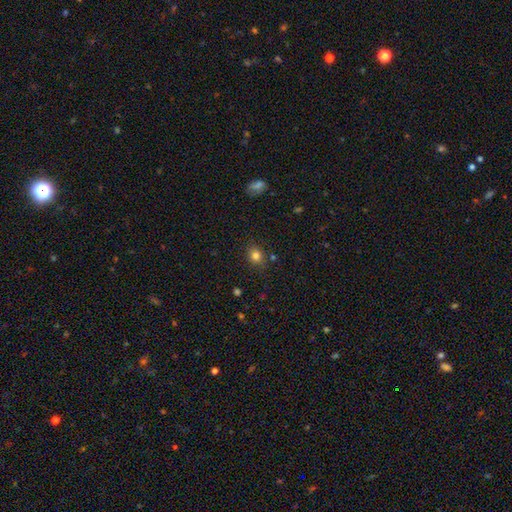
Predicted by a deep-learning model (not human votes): Smooth or featured? Predicted: smooth (p=0.80). How rounded? Predicted: round (p=0.69). Merging? Predicted: none (p=0.83).